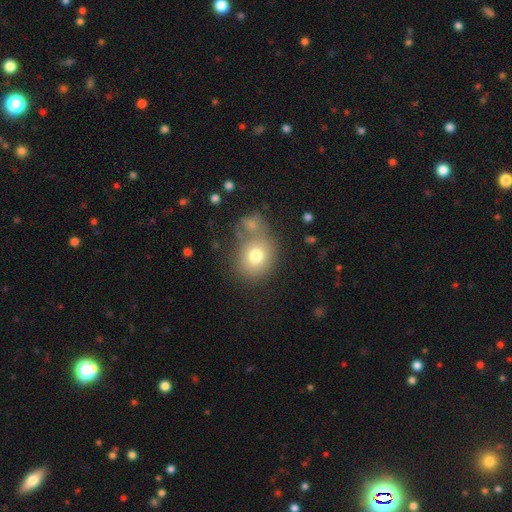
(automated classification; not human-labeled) Morphology: type=smooth (75%); roundness=round (68%); merging=none (53%).